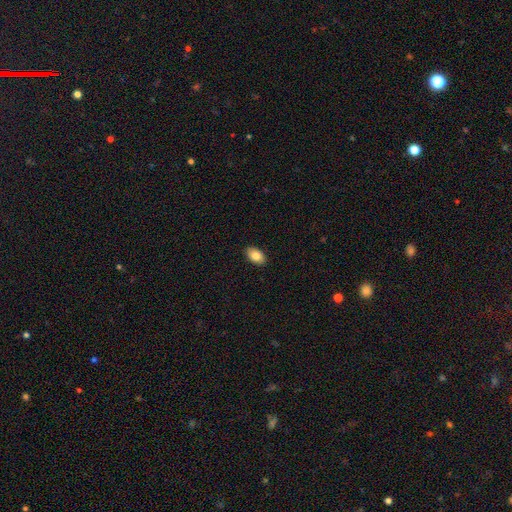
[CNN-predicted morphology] The model was most divided on "smooth or featured": smooth: 85%, featured or disk: 8%, star or artifact: 7%. More confident: how rounded — in between (91%); merging — none (90%).